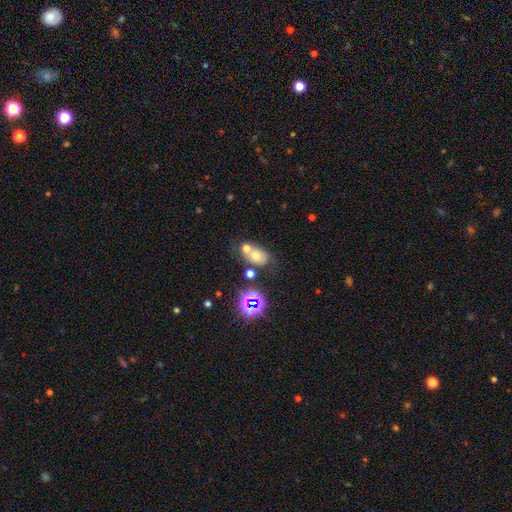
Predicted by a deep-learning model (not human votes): Smooth or featured? smooth (57%)
How rounded? in between (64%)
Merging? none (43%)